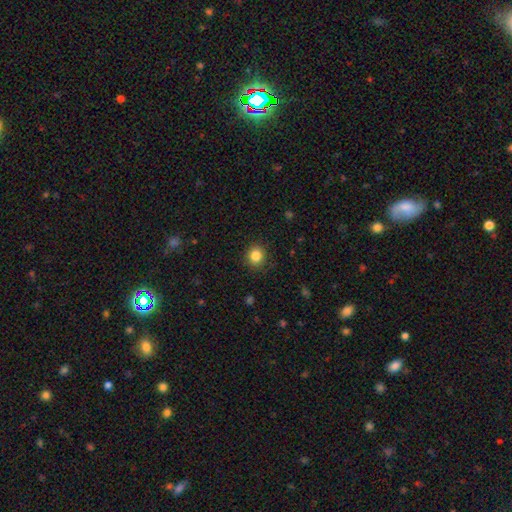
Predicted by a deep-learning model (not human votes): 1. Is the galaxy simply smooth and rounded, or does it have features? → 85% smooth, 11% star or artifact, 5% featured or disk.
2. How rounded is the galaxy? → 84% round, 15% in between, 1% cigar-shaped.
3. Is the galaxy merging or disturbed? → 89% none, 8% minor disturbance, 2% major disturbance, 1% merger.